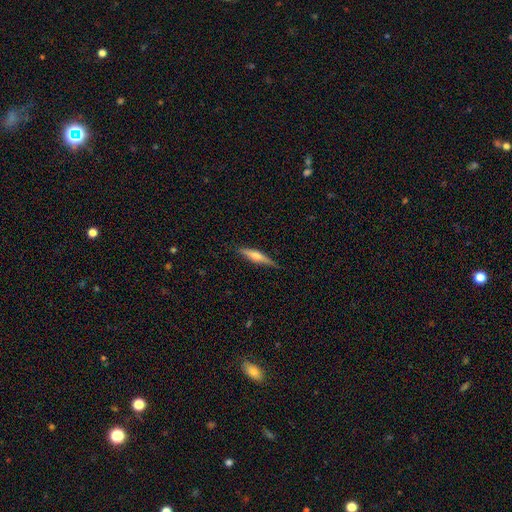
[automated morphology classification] Overall: featured or disk (60%; smooth 34%). Edge-on disk: yes (96%). Edge-on bulge: rounded (88%). Merging: none (87%).